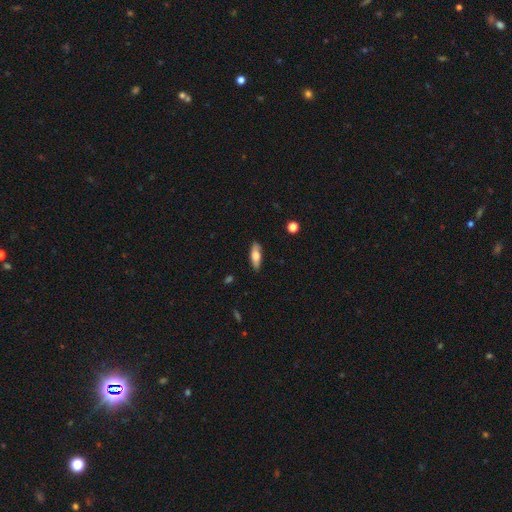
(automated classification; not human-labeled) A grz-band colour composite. It shows a smooth galaxy with no disk features (68%) that is in between round and cigar-shaped (61%). Merging: none (87%).